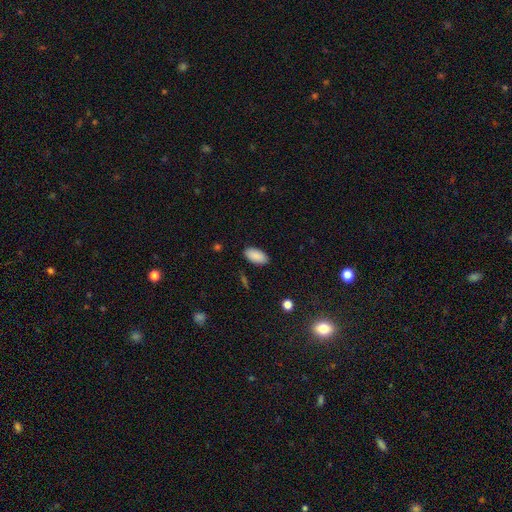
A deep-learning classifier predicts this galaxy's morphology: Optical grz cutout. It shows a smooth galaxy with no disk features (90%) that is in between round and cigar-shaped (94%). Merging: none (88%).